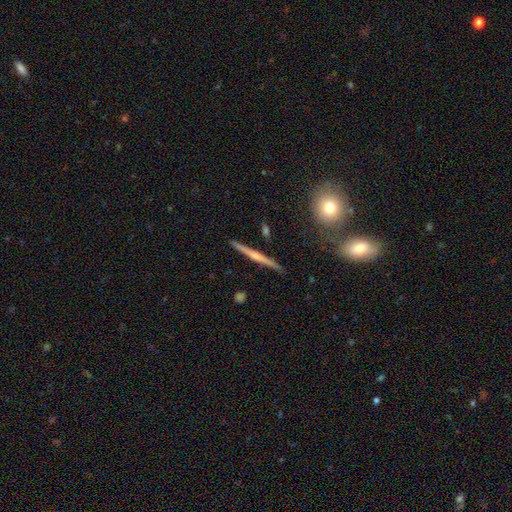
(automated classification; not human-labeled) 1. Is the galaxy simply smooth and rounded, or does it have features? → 68% featured or disk, 26% smooth, 7% star or artifact.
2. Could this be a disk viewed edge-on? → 98% yes, 2% no.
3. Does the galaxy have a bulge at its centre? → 58% rounded, 31% none, 10% boxy.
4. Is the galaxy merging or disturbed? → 89% none, 7% minor disturbance, 2% merger, 2% major disturbance.